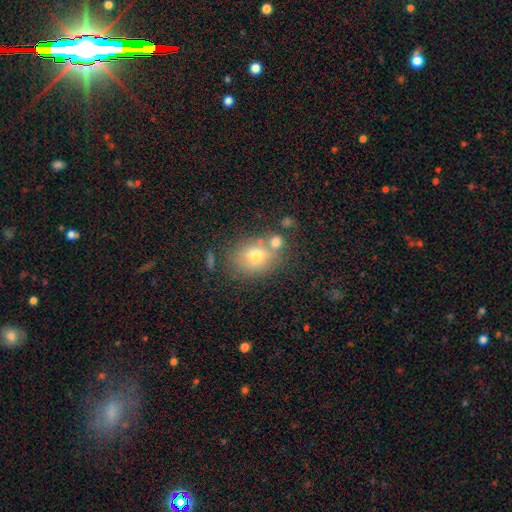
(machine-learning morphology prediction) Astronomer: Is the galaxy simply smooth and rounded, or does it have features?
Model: smooth — 70%.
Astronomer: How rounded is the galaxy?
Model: round — 54% (runner-up: in between, 45%).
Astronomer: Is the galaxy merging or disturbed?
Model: none — 59%.